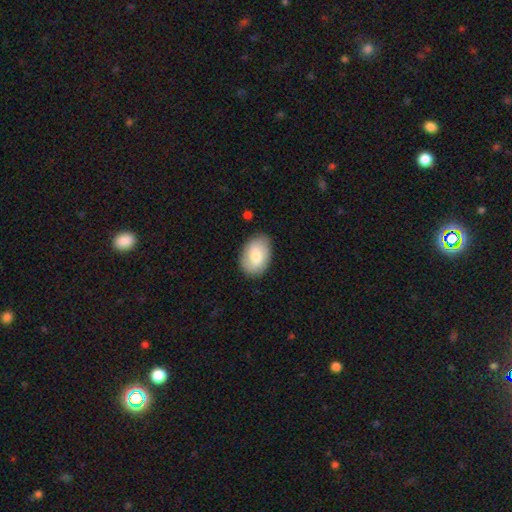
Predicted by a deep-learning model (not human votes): Q: Smooth or featured?
A: smooth (71%); runner-up: featured or disk (23%)
Q: How rounded?
A: in between (85%); runner-up: round (14%)
Q: Merging?
A: none (83%); runner-up: minor disturbance (13%)